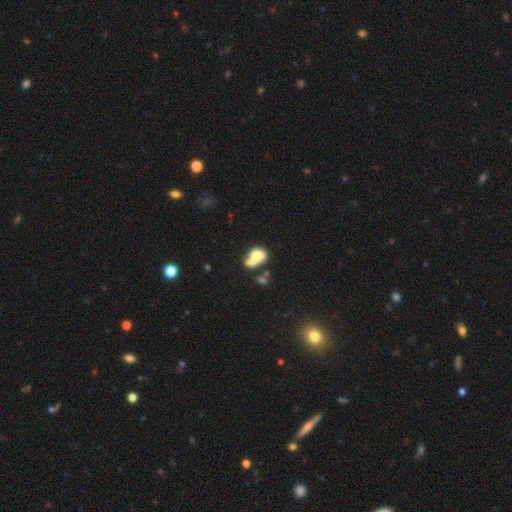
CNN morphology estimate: Smooth or featured? smooth (62%)
How rounded? in between (70%)
Merging? merger (64%)